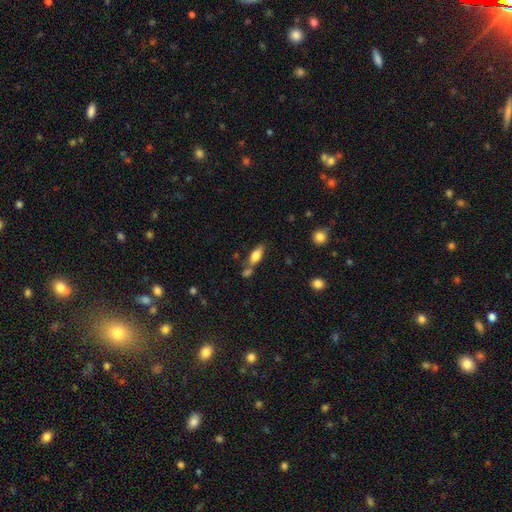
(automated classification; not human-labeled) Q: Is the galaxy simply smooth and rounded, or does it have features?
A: smooth — 73%.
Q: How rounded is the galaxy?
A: in between — 75%.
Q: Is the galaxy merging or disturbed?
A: none — 53%.